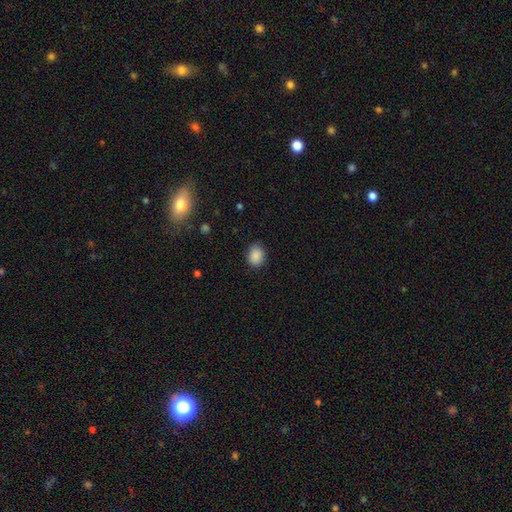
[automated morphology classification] smooth 88%, star or artifact 9%, featured or disk 3%. Down the decision tree: how rounded — round (50%); merging — none (85%).